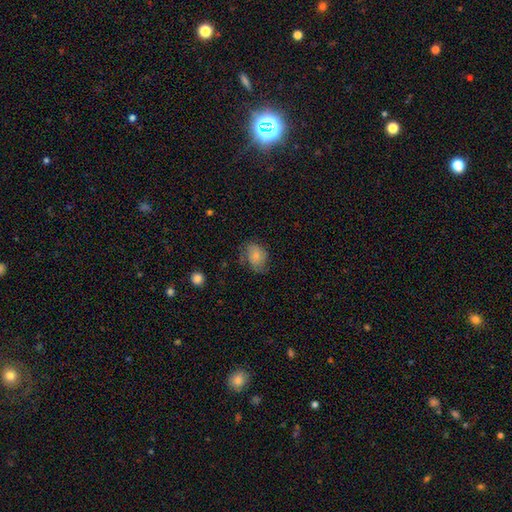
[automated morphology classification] Smooth or featured? Predicted: smooth (p=0.70). How rounded? Predicted: in between (p=0.67). Merging? Predicted: none (p=0.56).